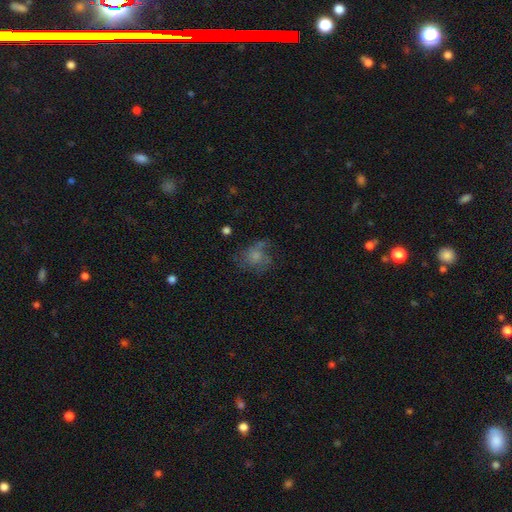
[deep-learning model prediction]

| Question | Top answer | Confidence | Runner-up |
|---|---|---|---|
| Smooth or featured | smooth | 58% | featured or disk (29%) |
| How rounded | round | 62% | in between (37%) |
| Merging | none | 46% | major disturbance (26%) |